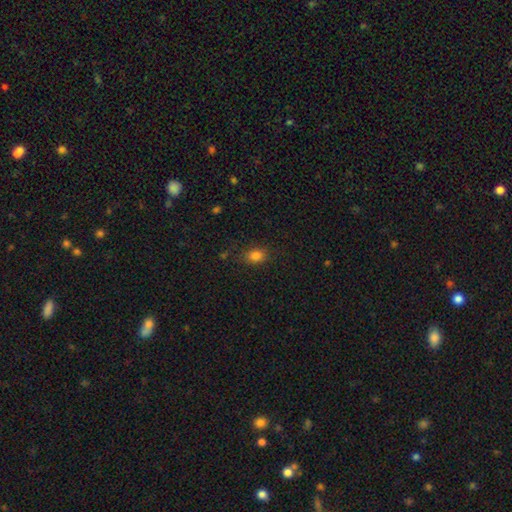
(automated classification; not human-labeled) Smooth or featured?
  - smooth: 82% *
  - star or artifact: 12%
  - featured or disk: 6%
How rounded?
  - in between: 71% *
  - round: 28%
  - cigar-shaped: 2%
Merging?
  - none: 80% *
  - minor disturbance: 14%
  - major disturbance: 4%
  - merger: 2%